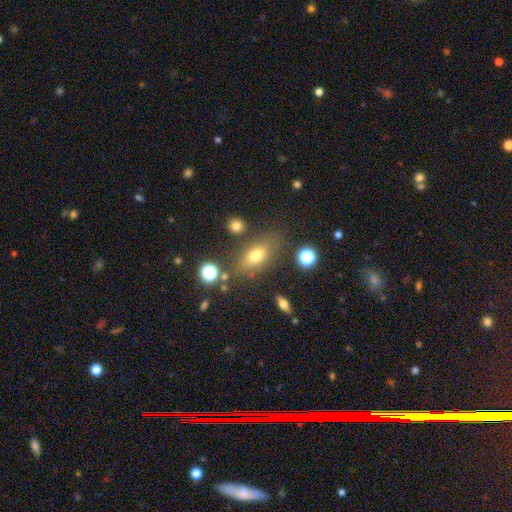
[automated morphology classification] This is likely a smooth galaxy (69%). How rounded: likely in between (74%). Merging: likely none (73%).